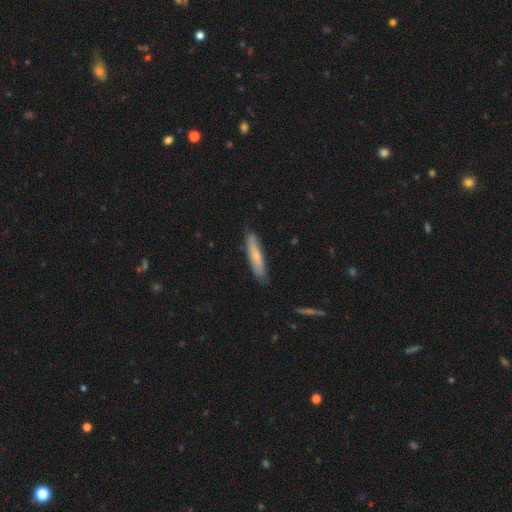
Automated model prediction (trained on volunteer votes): Smooth or featured? Predicted: smooth (p=0.67). How rounded? Predicted: cigar-shaped (p=0.88). Merging? Predicted: none (p=0.82).